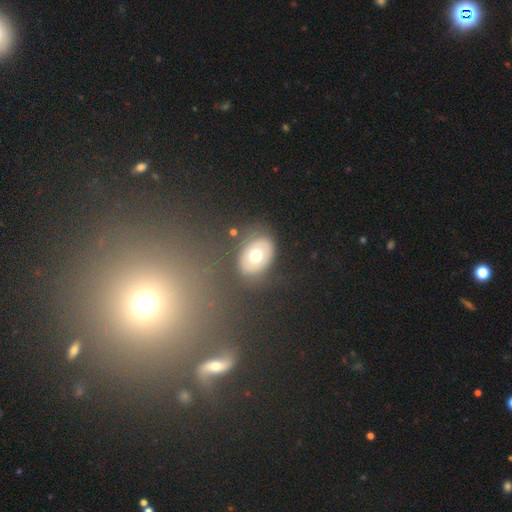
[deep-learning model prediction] Smooth or featured? Predicted: smooth (p=0.59). How rounded? Predicted: in between (p=0.70). Merging? Predicted: none (p=0.81).